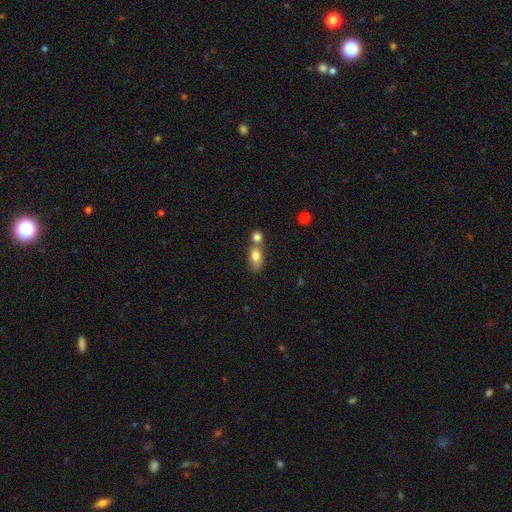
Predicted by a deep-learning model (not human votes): smooth 79%, featured or disk 13%, star or artifact 8%. Down the decision tree: how rounded — in between (81%); merging — merger (48%).